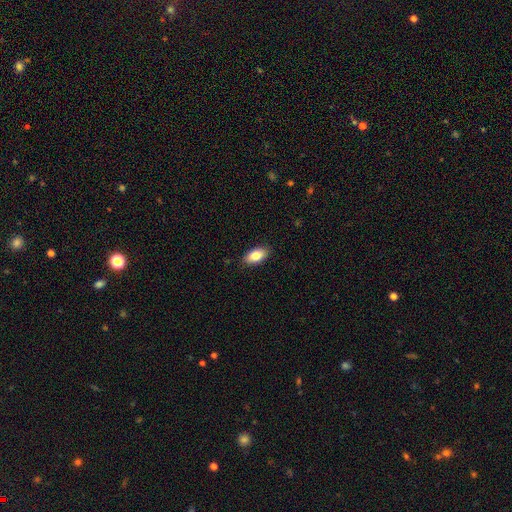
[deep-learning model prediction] This appears to be a smooth galaxy with no disk features (83%) that is in between round and cigar-shaped (92%). Merging: none (88%).